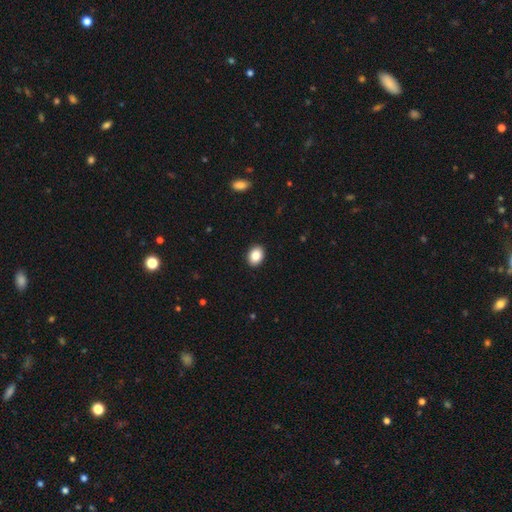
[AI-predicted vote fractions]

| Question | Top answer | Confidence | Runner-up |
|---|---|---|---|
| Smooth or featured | smooth | 88% | star or artifact (8%) |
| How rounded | in between | 71% | round (28%) |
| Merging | none | 91% | minor disturbance (6%) |